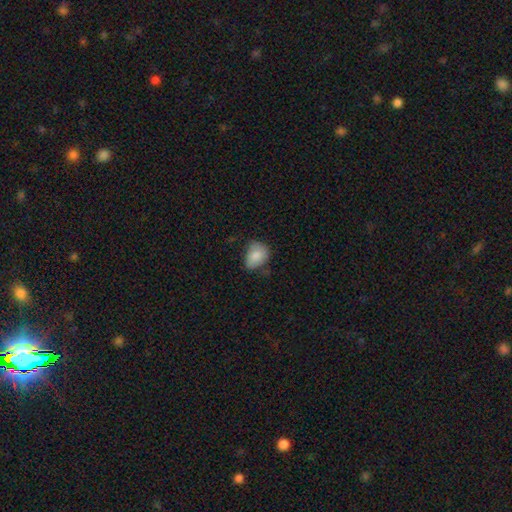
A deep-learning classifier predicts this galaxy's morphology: Smooth or featured? Predicted: smooth (p=0.82). How rounded? Predicted: in between (p=0.66). Merging? Predicted: none (p=0.50).